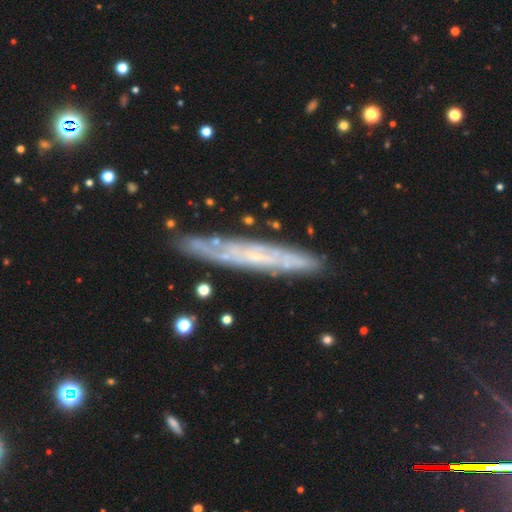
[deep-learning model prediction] This appears to be a featured or disk galaxy (71%) viewed edge-on (64%). Merging: none (83%).